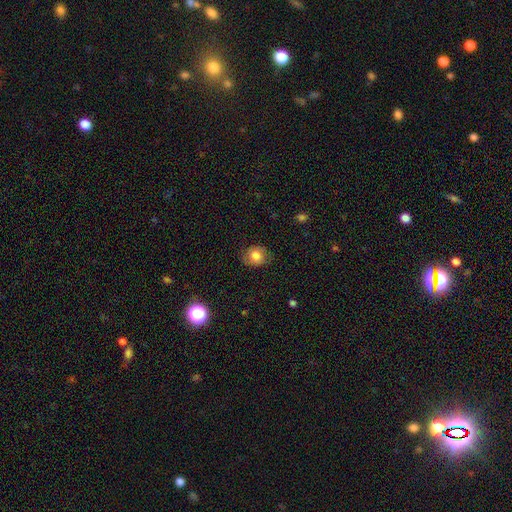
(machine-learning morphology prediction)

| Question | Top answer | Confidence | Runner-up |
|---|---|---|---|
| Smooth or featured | smooth | 77% | featured or disk (13%) |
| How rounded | round | 67% | in between (32%) |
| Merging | none | 78% | minor disturbance (17%) |